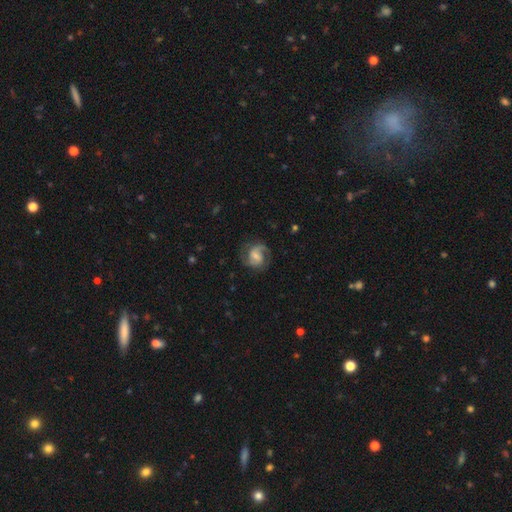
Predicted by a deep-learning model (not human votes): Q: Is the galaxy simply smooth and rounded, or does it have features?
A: featured or disk — 72%.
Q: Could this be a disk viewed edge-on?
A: no — 98%.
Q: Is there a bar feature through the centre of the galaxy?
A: weak — 48%.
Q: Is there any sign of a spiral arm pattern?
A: yes — 92%.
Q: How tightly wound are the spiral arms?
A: medium — 50%.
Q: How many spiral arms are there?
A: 2 — 78%.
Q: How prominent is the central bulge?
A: small — 44%.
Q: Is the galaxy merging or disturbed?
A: none — 69%.